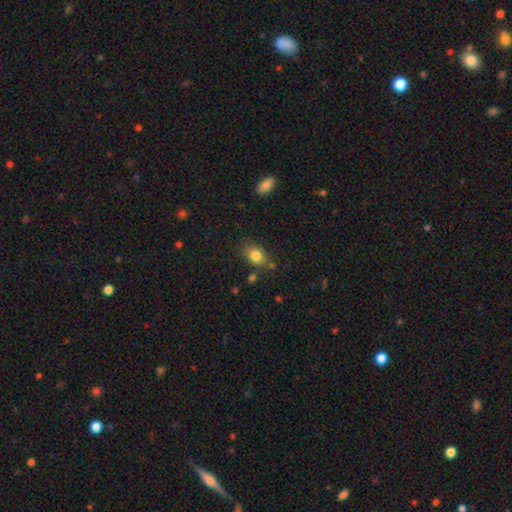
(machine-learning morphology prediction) Smooth or featured? smooth (83%)
How rounded? in between (75%)
Merging? none (73%)